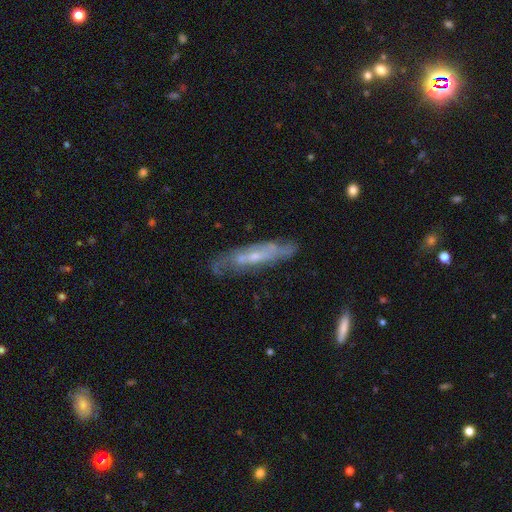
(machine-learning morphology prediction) Smooth or featured? Predicted: featured or disk (p=0.68). Edge-on disk? Predicted: no (p=0.52). Merging? Predicted: none (p=0.67).